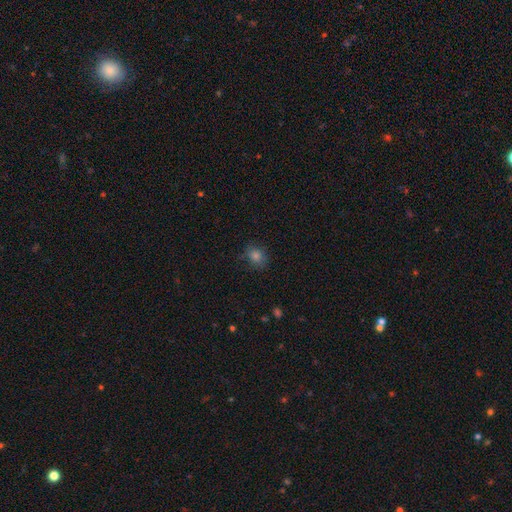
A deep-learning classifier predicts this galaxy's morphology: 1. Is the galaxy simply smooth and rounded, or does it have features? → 76% smooth, 16% star or artifact, 8% featured or disk.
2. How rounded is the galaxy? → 67% round, 32% in between, 1% cigar-shaped.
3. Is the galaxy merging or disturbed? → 79% none, 16% minor disturbance, 4% major disturbance, 1% merger.